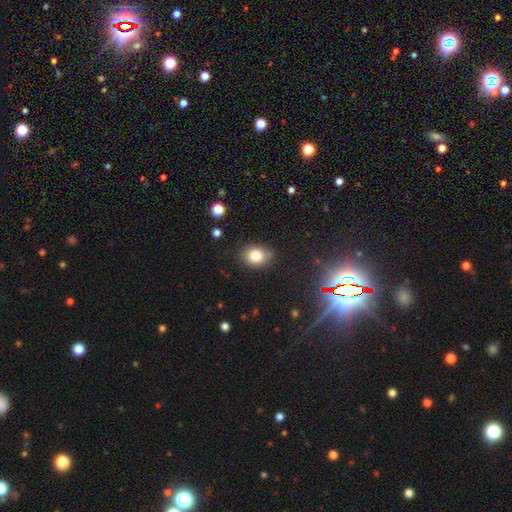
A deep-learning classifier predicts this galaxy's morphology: type=smooth (81%); roundness=in between (56%); merging=none (79%).